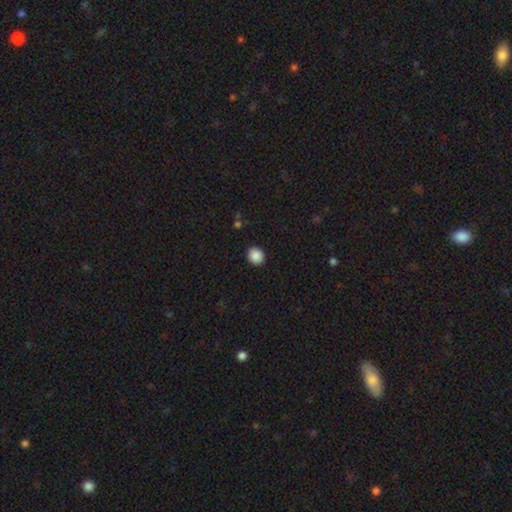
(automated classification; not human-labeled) A smooth galaxy with no disk features (88%) that is round (76%).

Vote fractions:
- Smooth or featured? smooth: 88% / star or artifact: 9% / featured or disk: 3%
- How rounded? round: 76% / in between: 23% / cigar-shaped: 1%
- Merging? none: 91% / minor disturbance: 6% / major disturbance: 2% / merger: 1%